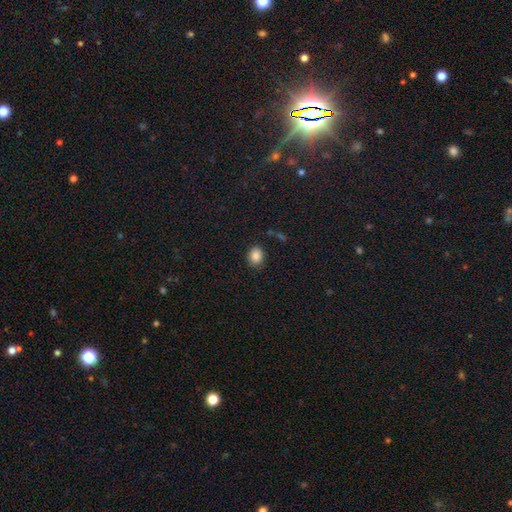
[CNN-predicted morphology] Q: Smooth or featured?
A: smooth (87%); runner-up: star or artifact (9%)
Q: How rounded?
A: in between (51%); runner-up: round (48%)
Q: Merging?
A: none (83%); runner-up: minor disturbance (12%)